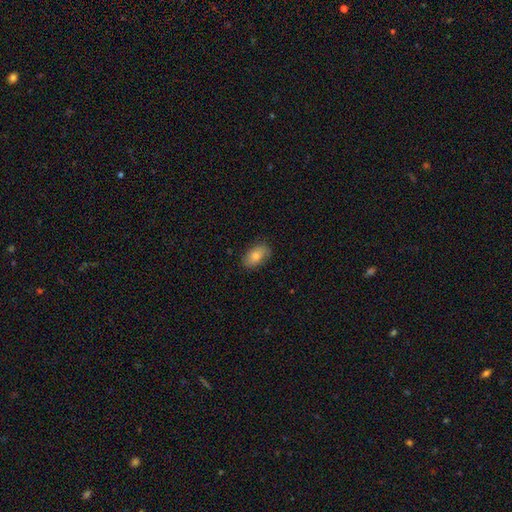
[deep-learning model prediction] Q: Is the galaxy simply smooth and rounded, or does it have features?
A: smooth — 75%.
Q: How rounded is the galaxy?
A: in between — 92%.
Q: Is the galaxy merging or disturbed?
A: none — 84%.